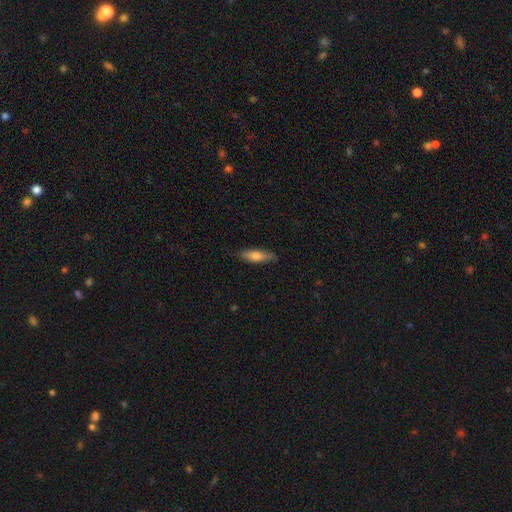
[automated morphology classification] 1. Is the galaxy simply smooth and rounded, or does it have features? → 71% smooth, 23% featured or disk, 6% star or artifact.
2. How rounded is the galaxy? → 50% in between, 48% cigar-shaped, 2% round.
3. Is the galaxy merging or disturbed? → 83% none, 14% minor disturbance, 2% major disturbance, 1% merger.